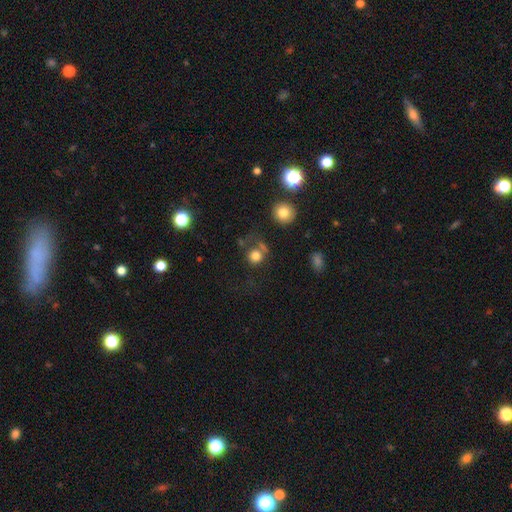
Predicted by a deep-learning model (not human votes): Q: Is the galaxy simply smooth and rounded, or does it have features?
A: smooth — 78%.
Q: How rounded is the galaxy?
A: round — 88%.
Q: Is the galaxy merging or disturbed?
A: none — 61%.